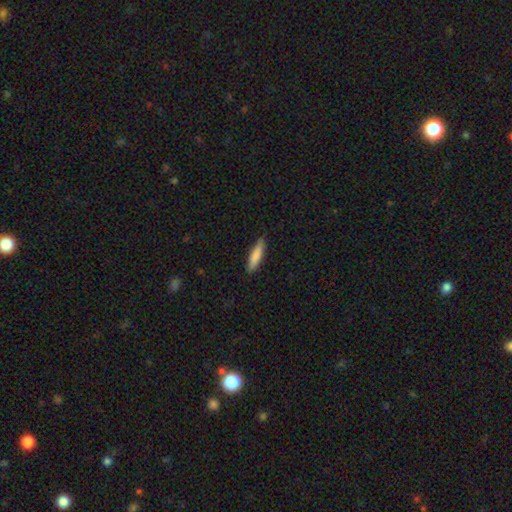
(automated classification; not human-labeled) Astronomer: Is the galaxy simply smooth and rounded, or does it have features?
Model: smooth — 83%.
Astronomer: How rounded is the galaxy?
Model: cigar-shaped — 80%.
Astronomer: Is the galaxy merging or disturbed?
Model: none — 87%.